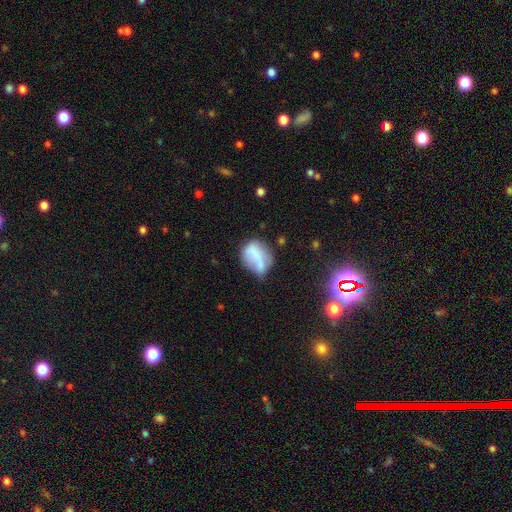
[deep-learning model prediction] A smooth galaxy with no disk features (62%) that is in between round and cigar-shaped (59%).

Vote fractions:
- Smooth or featured? smooth: 62% / featured or disk: 28% / star or artifact: 10%
- How rounded? in between: 59% / round: 38% / cigar-shaped: 3%
- Merging? none: 37% / minor disturbance: 29% / major disturbance: 20% / merger: 14%